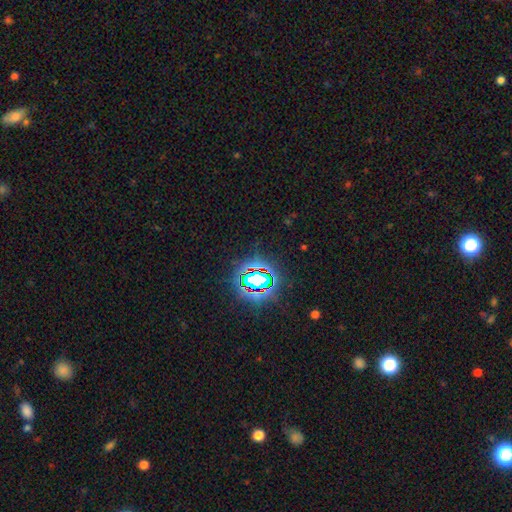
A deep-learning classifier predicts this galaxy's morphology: star or artifact 79%, smooth 12%, featured or disk 8%.